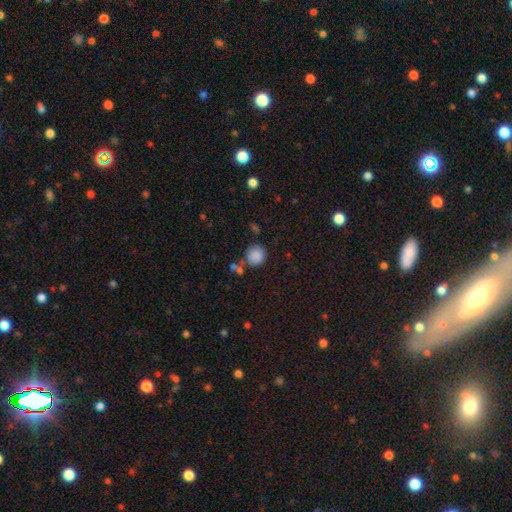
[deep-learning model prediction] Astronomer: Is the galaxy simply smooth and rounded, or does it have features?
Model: smooth — 85%.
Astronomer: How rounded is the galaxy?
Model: round — 86%.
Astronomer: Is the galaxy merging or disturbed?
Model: none — 71%.